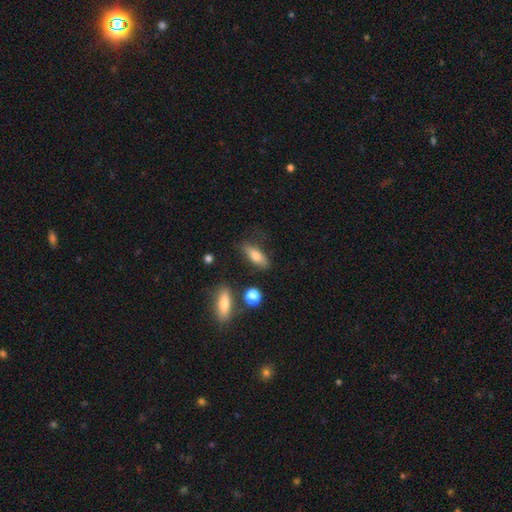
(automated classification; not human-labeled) This appears to be a smooth galaxy with no disk features (73%) that is in between round and cigar-shaped (63%). Merging: none (74%).